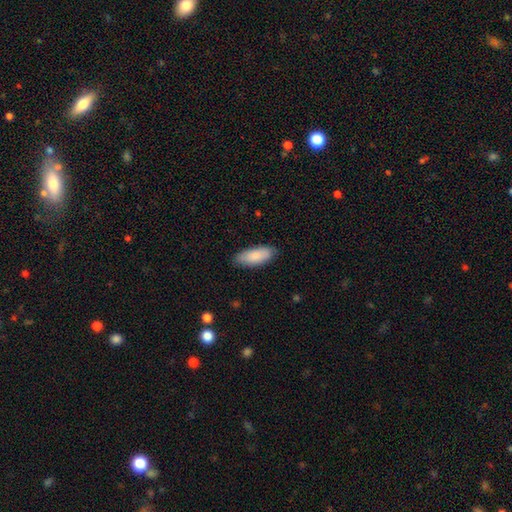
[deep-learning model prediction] A smooth galaxy with no disk features (86%) that is in between round and cigar-shaped (81%).

Vote fractions:
- Smooth or featured? smooth: 86% / featured or disk: 9% / star or artifact: 5%
- How rounded? in between: 81% / cigar-shaped: 18% / round: 2%
- Merging? none: 84% / minor disturbance: 12% / major disturbance: 2% / merger: 1%